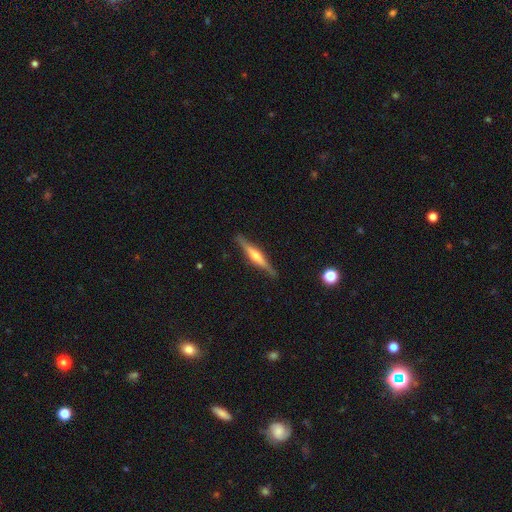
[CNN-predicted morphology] Smooth or featured: featured or disk — 71% (smooth — 24%)
Edge-on disk: yes — 97% (no — 3%)
Edge-on bulge: rounded — 74% (boxy — 16%)
Merging: none — 89% (minor disturbance — 8%)